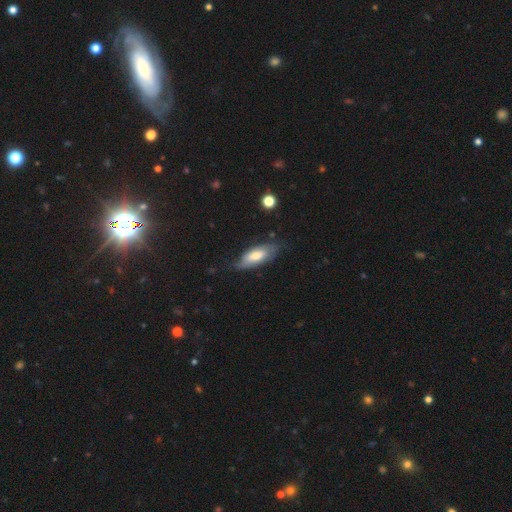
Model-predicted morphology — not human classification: The model was most divided on "smooth or featured": smooth: 59%, featured or disk: 35%, star or artifact: 6%. More confident: how rounded — in between (78%); merging — none (62%).